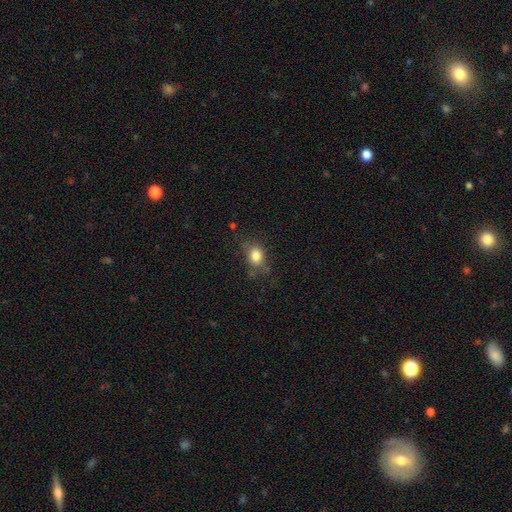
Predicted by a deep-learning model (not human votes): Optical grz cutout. It shows a smooth galaxy with no disk features (81%) that is in between round and cigar-shaped (56%). Merging: none (66%).